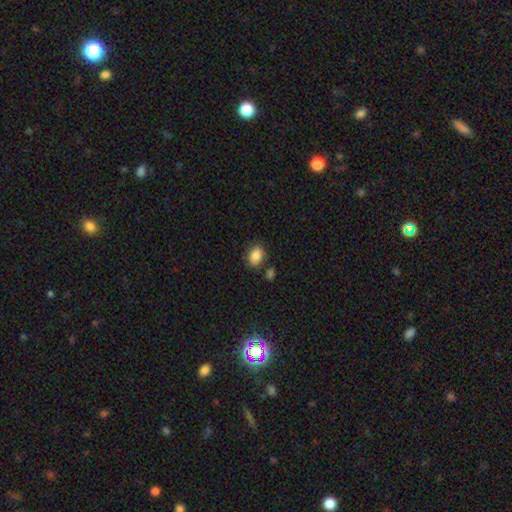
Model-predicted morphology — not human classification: Smooth or featured: smooth — 86% (star or artifact — 9%)
How rounded: in between — 66% (round — 33%)
Merging: none — 74% (minor disturbance — 15%)